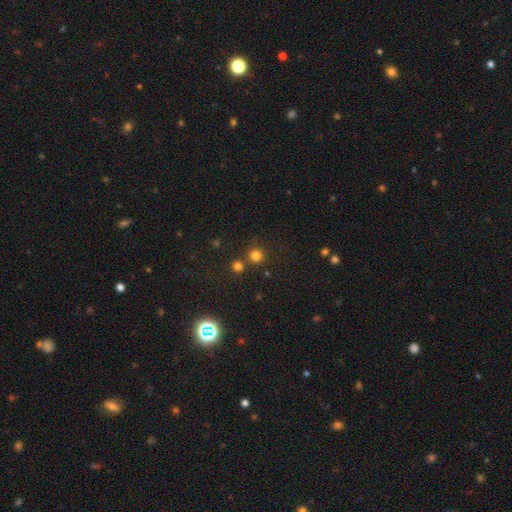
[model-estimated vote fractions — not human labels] A smooth galaxy with no disk features (77%) that is round (93%).

Vote fractions:
- Smooth or featured? smooth: 77% / star or artifact: 19% / featured or disk: 5%
- How rounded? round: 93% / in between: 6% / cigar-shaped: 1%
- Merging? none: 75% / merger: 15% / minor disturbance: 7% / major disturbance: 3%